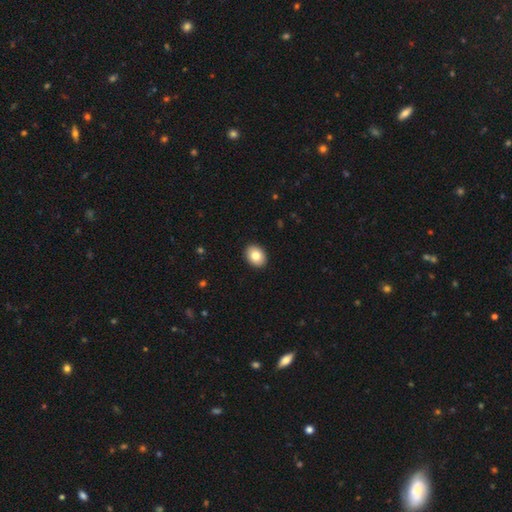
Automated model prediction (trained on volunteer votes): Overall: smooth (82%). How rounded: in between (66%; round 33%). Merging: none (92%).